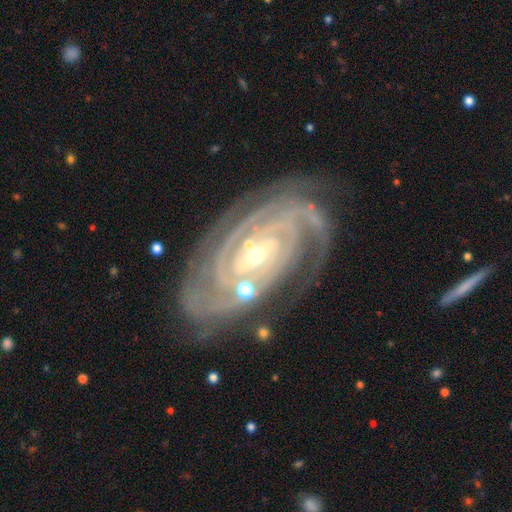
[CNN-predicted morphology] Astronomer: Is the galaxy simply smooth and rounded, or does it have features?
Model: featured or disk — 92%.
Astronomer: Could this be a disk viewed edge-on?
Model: no — 96%.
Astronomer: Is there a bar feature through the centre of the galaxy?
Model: weak — 36% (runner-up: no, 35%).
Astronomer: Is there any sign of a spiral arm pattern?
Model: yes — 99%.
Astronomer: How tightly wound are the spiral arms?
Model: tight — 83%.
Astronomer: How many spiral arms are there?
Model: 4 — 30% (runner-up: 3, 22%).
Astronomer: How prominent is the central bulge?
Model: small — 68%.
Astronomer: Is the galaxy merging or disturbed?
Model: none — 75%.